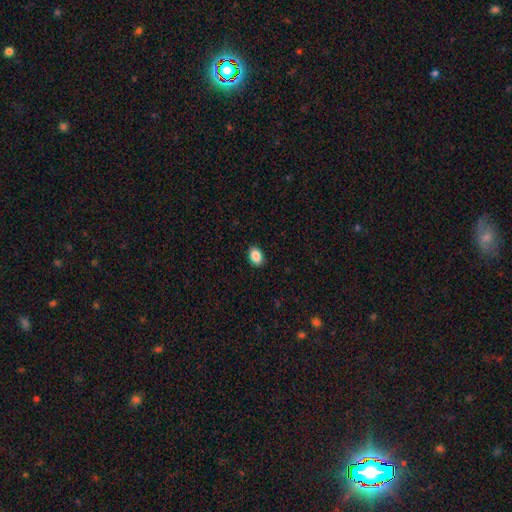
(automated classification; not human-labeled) smooth-or-featured: smooth: 88% | star or artifact: 8% | featured or disk: 4%
  how-rounded: in between: 82% | round: 17% | cigar-shaped: 1%
  merging: none: 90% | minor disturbance: 7% | major disturbance: 2% | merger: 1%